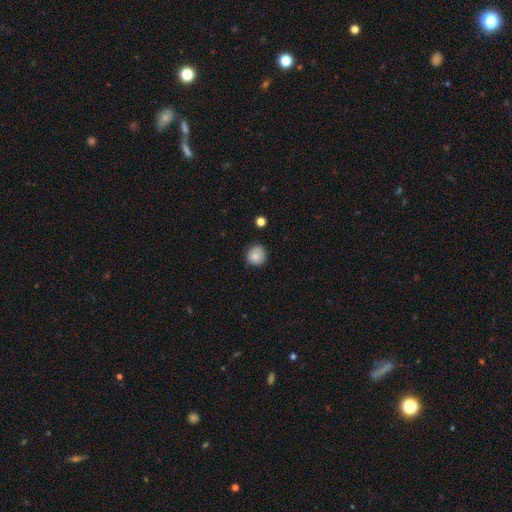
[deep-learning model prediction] Smooth or featured: smooth — 83% (star or artifact — 9%)
How rounded: round — 90% (in between — 9%)
Merging: none — 81% (minor disturbance — 15%)